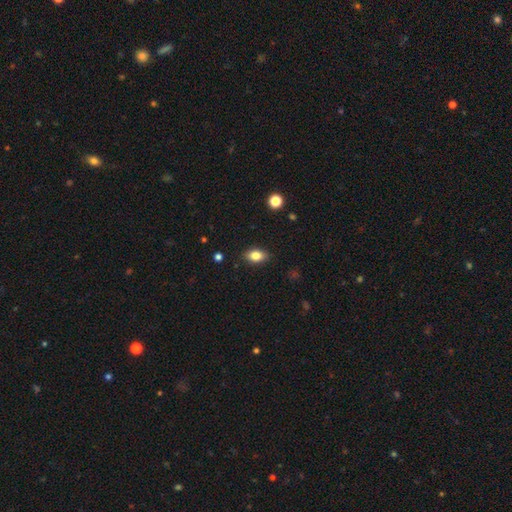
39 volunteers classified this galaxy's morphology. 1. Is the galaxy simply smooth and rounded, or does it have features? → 82% smooth, 13% featured or disk, 5% star or artifact.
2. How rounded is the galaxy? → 84% in between, 12% round, 3% cigar-shaped.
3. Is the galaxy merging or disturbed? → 73% none, 24% minor disturbance, 3% merger, 0% major disturbance.